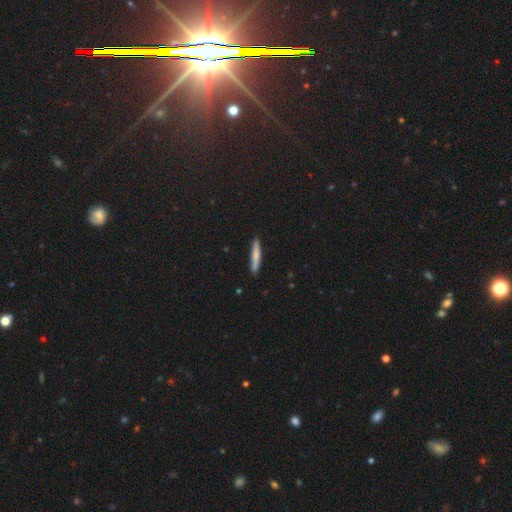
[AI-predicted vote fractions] A smooth galaxy with no disk features (74%) that is cigar-shaped (93%). Merging: none (90%).